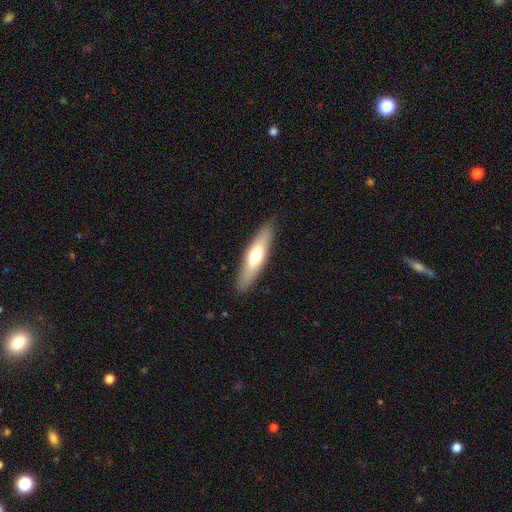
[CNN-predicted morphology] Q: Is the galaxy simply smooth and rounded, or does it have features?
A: smooth — 56%.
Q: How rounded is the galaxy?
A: cigar-shaped — 67%.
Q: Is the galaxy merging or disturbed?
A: none — 88%.